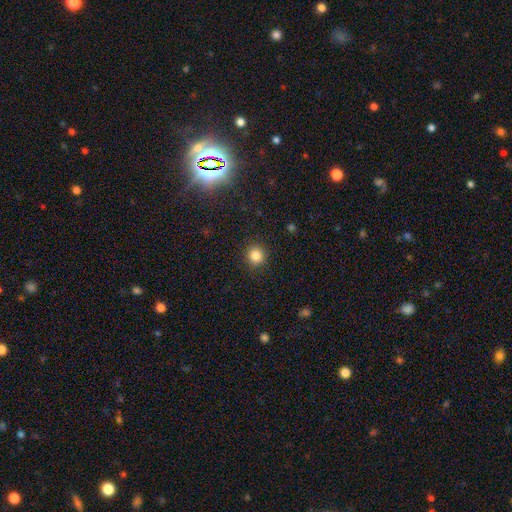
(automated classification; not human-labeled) Morphology: type=smooth (84%); roundness=round (92%); merging=none (91%).